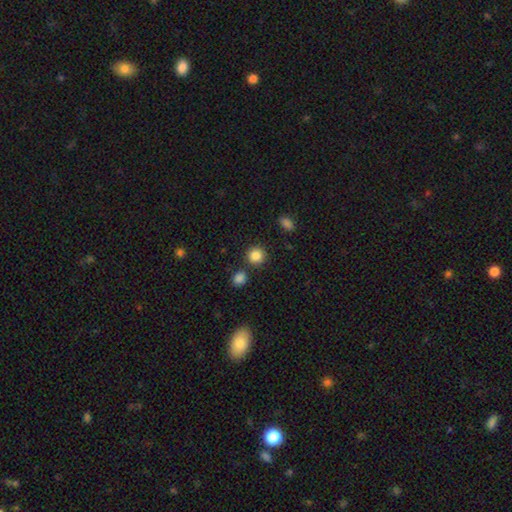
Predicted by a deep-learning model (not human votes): This appears to be a smooth galaxy with no disk features (86%) that is round (91%). Merging: none (82%).